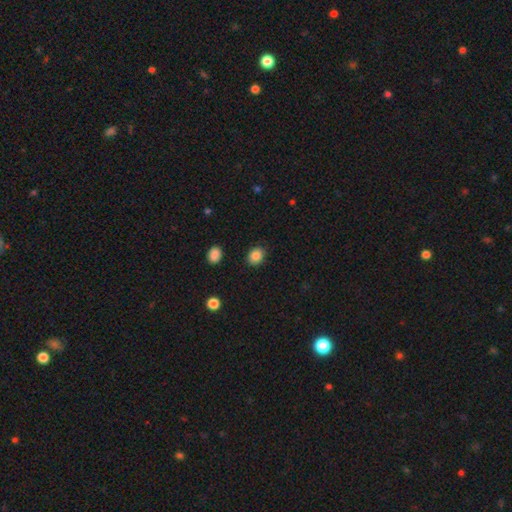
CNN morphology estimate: This appears to be a smooth galaxy with no disk features (86%) that is round (53%). Merging: none (87%).